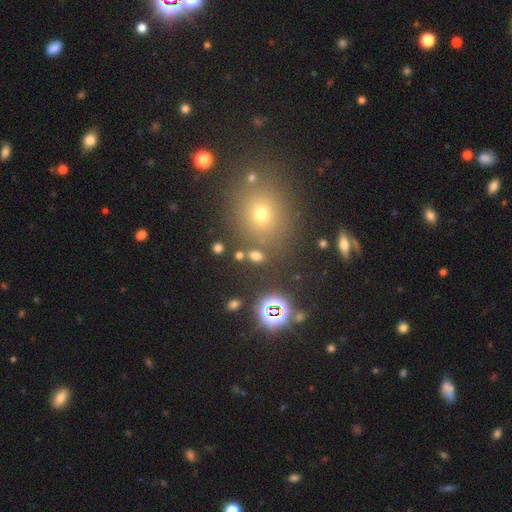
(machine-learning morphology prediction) type=smooth (63%); roundness=in between (58%); merging=none (75%).